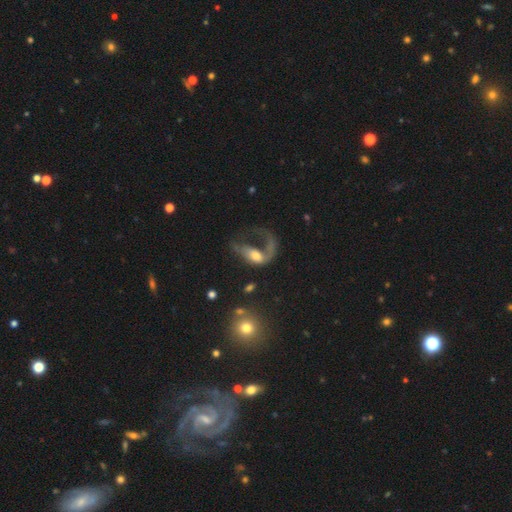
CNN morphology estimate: Smooth or featured?
  - featured or disk: 56% *
  - smooth: 35%
  - star or artifact: 9%
Edge-on disk?
  - no: 94% *
  - yes: 6%
Bar?
  - no: 67% *
  - weak: 24%
  - strong: 9%
Spiral arms?
  - yes: 60% *
  - no: 40%
Bulge size?
  - moderate: 50% *
  - small: 22%
  - large: 17%
  - none: 8%
  - dominant: 3%
Merging?
  - major disturbance: 64% *
  - none: 18%
  - minor disturbance: 10%
  - merger: 8%